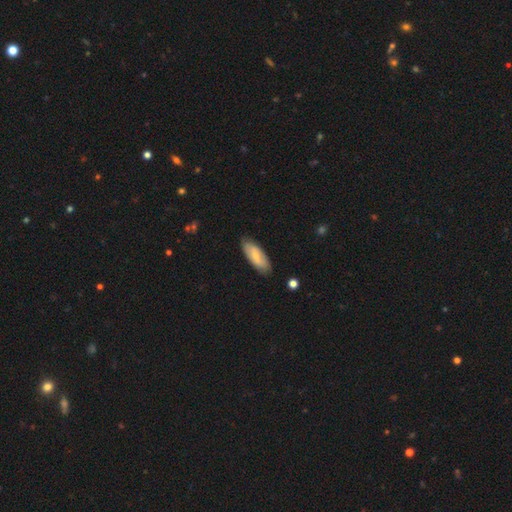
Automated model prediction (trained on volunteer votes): Q: Smooth or featured?
A: smooth (62%); runner-up: featured or disk (32%)
Q: How rounded?
A: in between (79%); runner-up: cigar-shaped (19%)
Q: Merging?
A: none (82%); runner-up: minor disturbance (14%)